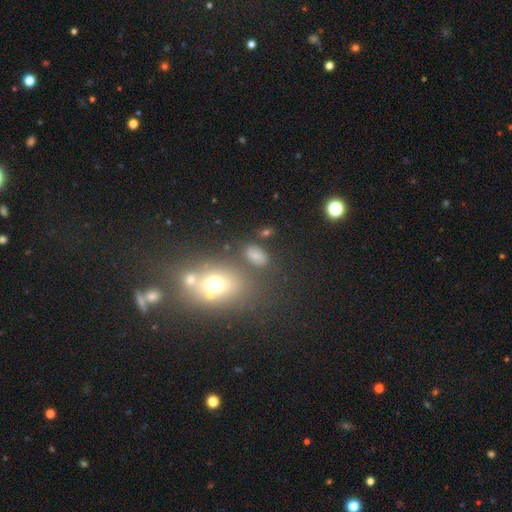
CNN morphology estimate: Smooth or featured? smooth (65%)
How rounded? in between (83%)
Merging? none (69%)